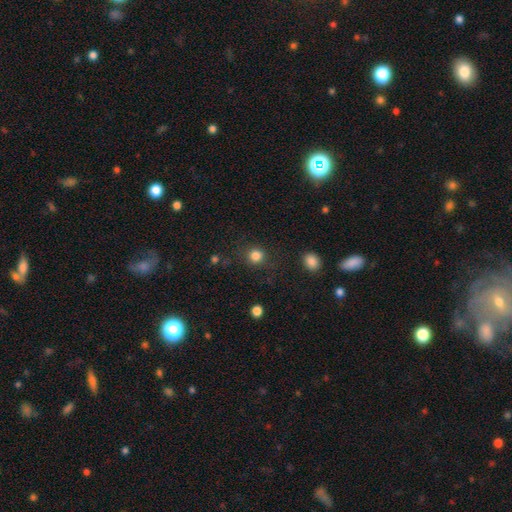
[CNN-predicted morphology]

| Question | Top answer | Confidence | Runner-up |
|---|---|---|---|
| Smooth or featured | smooth | 84% | star or artifact (12%) |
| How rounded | round | 90% | in between (9%) |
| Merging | none | 84% | minor disturbance (9%) |